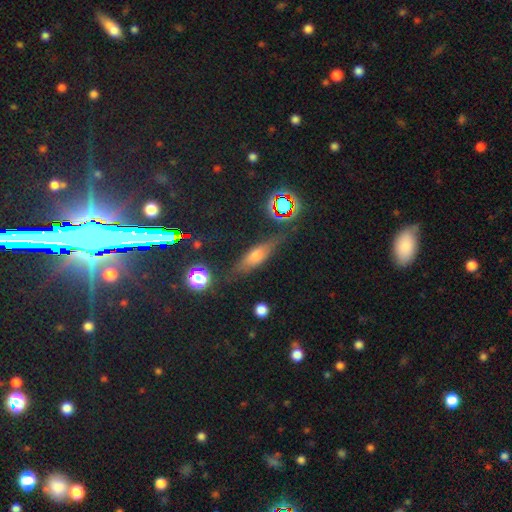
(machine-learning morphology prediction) smooth-or-featured: smooth: 42% | featured or disk: 34% | star or artifact: 24%
  merging: none: 81% | minor disturbance: 12% | major disturbance: 4% | merger: 3%